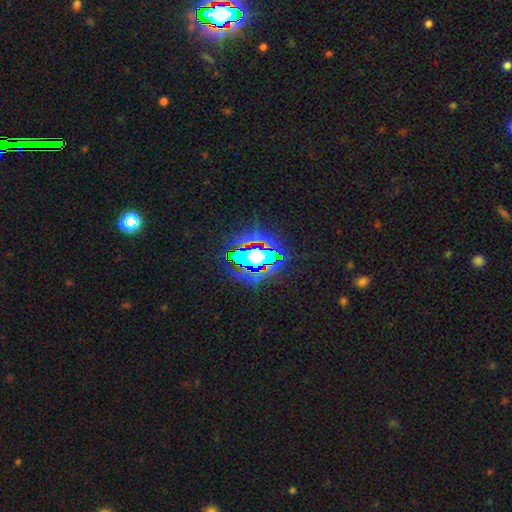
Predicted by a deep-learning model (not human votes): Overall: star or artifact (52%; smooth 25%).